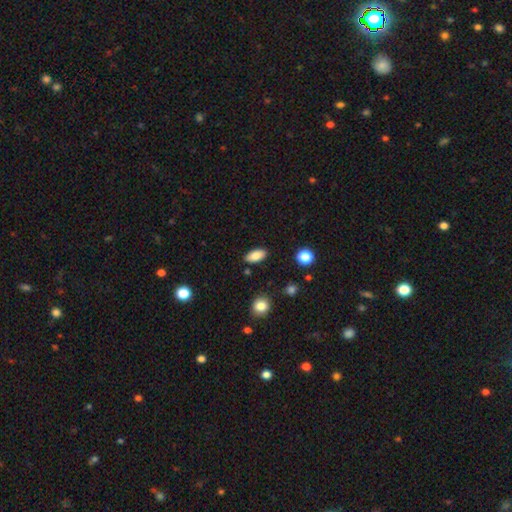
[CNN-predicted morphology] A smooth galaxy with no disk features (85%) that is in between round and cigar-shaped (90%).

Vote fractions:
- Smooth or featured? smooth: 85% / star or artifact: 8% / featured or disk: 7%
- How rounded? in between: 90% / cigar-shaped: 7% / round: 4%
- Merging? none: 86% / minor disturbance: 10% / major disturbance: 3% / merger: 2%